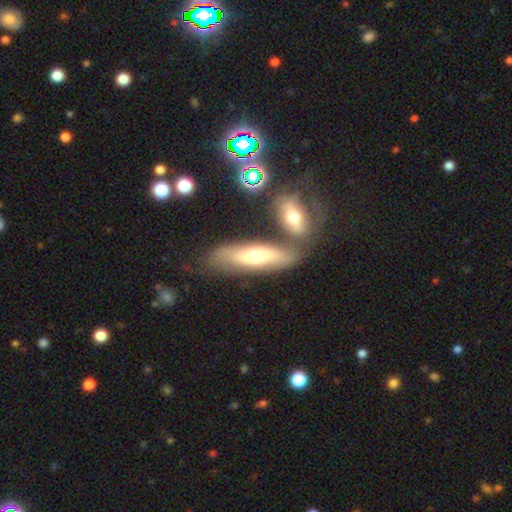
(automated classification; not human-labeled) Smooth or featured?
  - smooth: 48% *
  - featured or disk: 41%
  - star or artifact: 10%
Merging?
  - none: 56% *
  - merger: 24%
  - minor disturbance: 14%
  - major disturbance: 5%